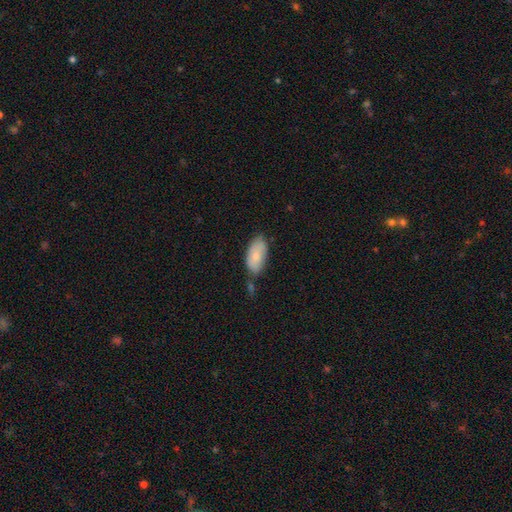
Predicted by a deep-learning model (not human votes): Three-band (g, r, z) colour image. It shows a smooth galaxy with no disk features (79%) that is in between round and cigar-shaped (94%). Merging: none (59%).